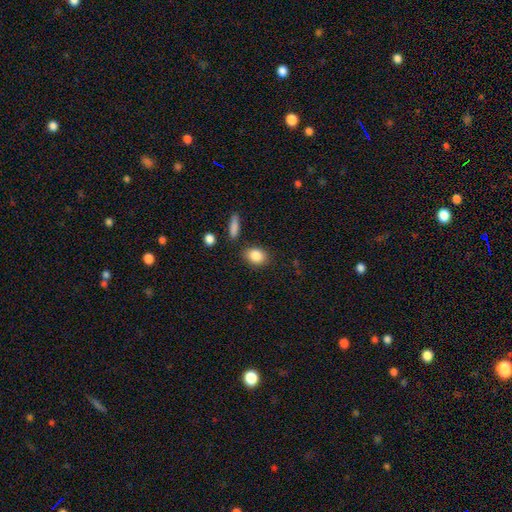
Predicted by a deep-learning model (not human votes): smooth-or-featured: smooth: 87% | star or artifact: 8% | featured or disk: 6%
  how-rounded: in between: 62% | round: 36% | cigar-shaped: 2%
  merging: none: 83% | minor disturbance: 10% | merger: 4% | major disturbance: 3%